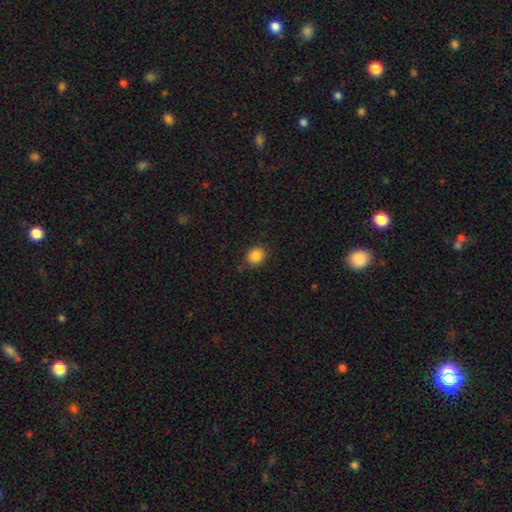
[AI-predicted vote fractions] The model was most divided on "how rounded": round: 67%, in between: 32%, cigar-shaped: 1%. More confident: smooth or featured — smooth (86%); merging — none (86%).